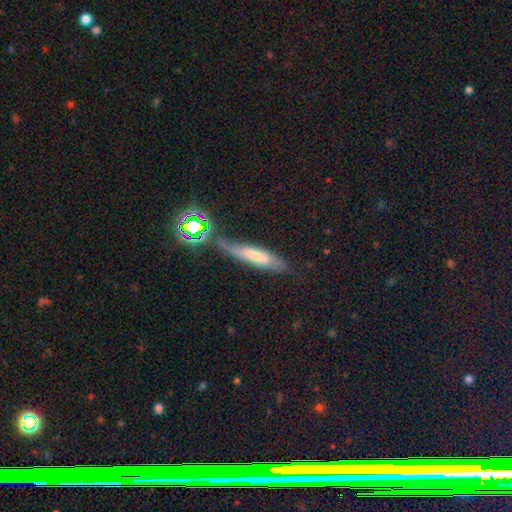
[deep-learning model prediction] The model was most divided on "smooth or featured": smooth: 45%, featured or disk: 40%, star or artifact: 16%. More confident: merging — none (54%).